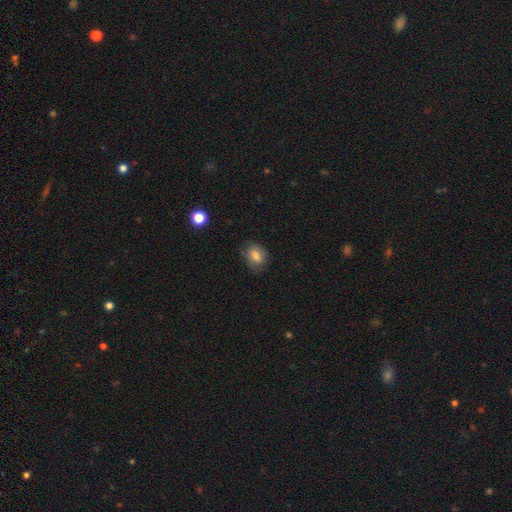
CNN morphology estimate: Smooth or featured: smooth — 74% (featured or disk — 16%)
How rounded: in between — 62% (round — 37%)
Merging: none — 75% (minor disturbance — 19%)